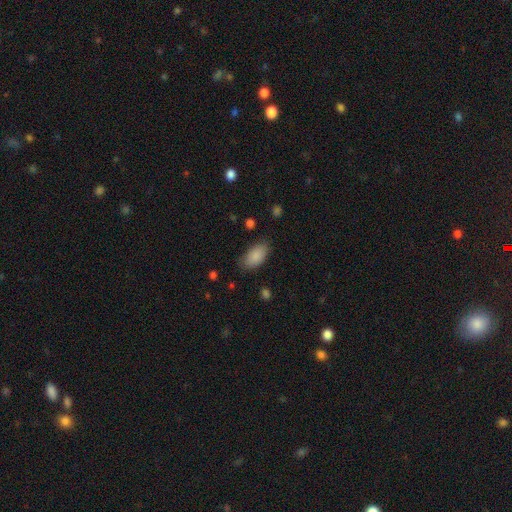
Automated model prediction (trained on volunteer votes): Smooth or featured? Predicted: smooth (p=0.88). How rounded? Predicted: in between (p=0.93). Merging? Predicted: none (p=0.80).